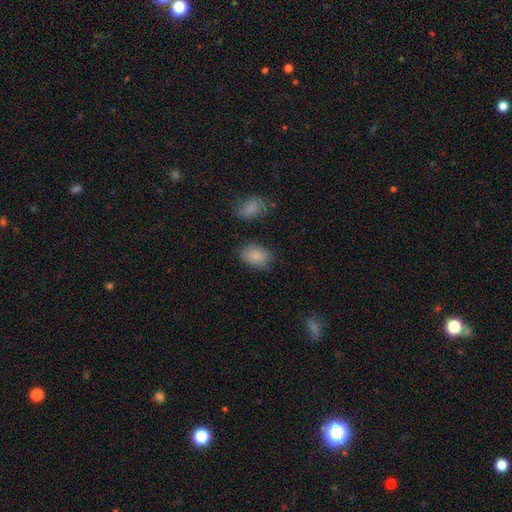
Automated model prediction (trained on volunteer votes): Smooth or featured?
  - smooth: 87% *
  - star or artifact: 8%
  - featured or disk: 5%
How rounded?
  - in between: 84% *
  - round: 15%
  - cigar-shaped: 1%
Merging?
  - none: 74% *
  - minor disturbance: 17%
  - major disturbance: 5%
  - merger: 4%